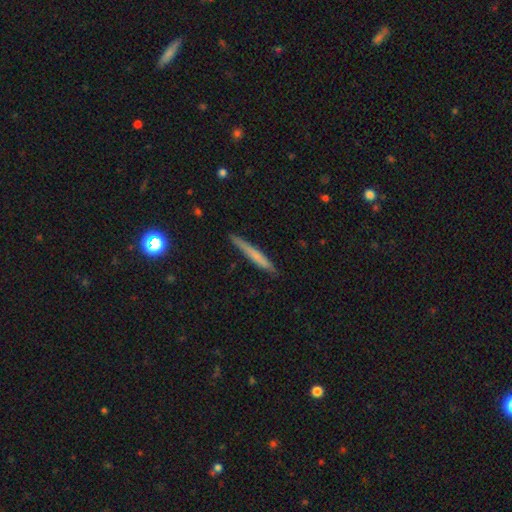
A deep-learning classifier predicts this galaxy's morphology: The model was most divided on "smooth or featured": smooth: 62%, featured or disk: 32%, star or artifact: 7%. More confident: how rounded — cigar-shaped (96%); merging — none (86%).